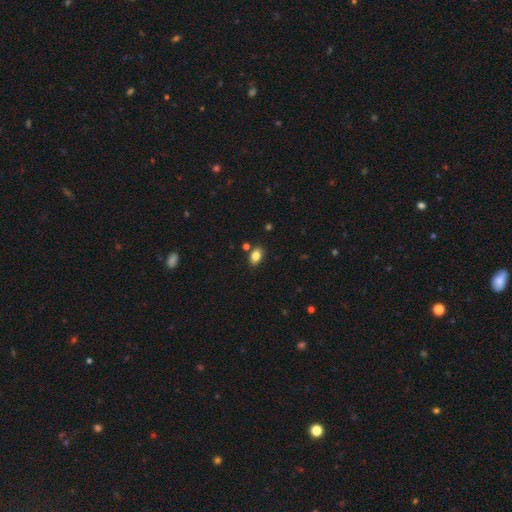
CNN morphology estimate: smooth-or-featured: smooth: 83% | star or artifact: 9% | featured or disk: 8%
  how-rounded: in between: 84% | round: 14% | cigar-shaped: 2%
  merging: none: 80% | minor disturbance: 12% | merger: 6% | major disturbance: 3%